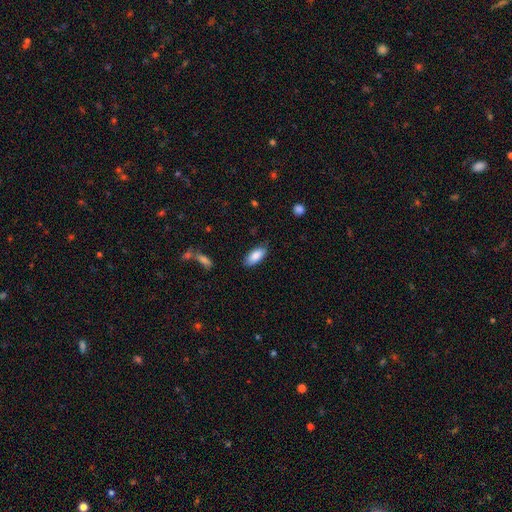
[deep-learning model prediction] A smooth galaxy with no disk features (86%) that is in between round and cigar-shaped (86%). Merging: none (81%).